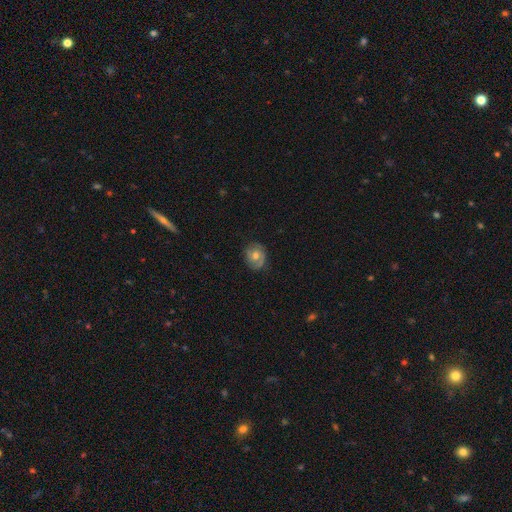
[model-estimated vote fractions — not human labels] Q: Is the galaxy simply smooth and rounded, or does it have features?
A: featured or disk — 53%.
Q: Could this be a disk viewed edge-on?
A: no — 97%.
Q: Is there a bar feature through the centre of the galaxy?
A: no — 72%.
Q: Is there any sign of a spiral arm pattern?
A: yes — 79%.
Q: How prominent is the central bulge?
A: moderate — 73%.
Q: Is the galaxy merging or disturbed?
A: none — 77%.